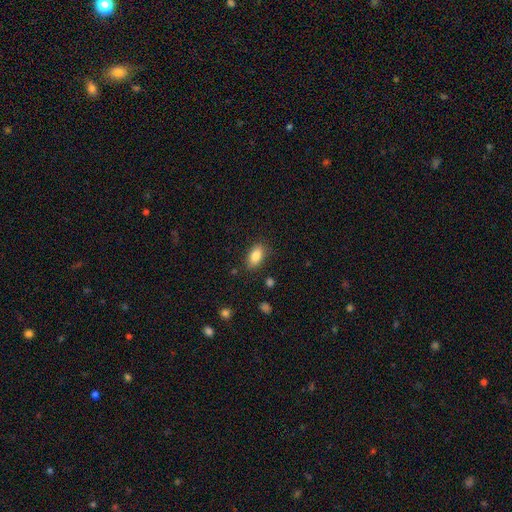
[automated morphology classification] The model was most divided on "merging": none: 83%, minor disturbance: 12%, major disturbance: 3%, merger: 2%. More confident: how rounded — in between (90%); smooth or featured — smooth (84%).